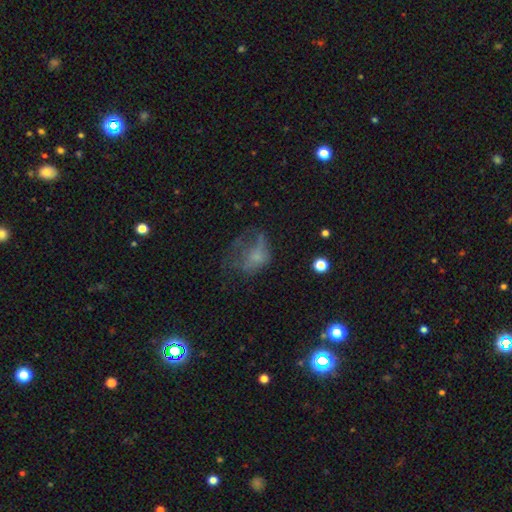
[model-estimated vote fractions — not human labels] Smooth or featured?
  - smooth: 46% *
  - featured or disk: 35%
  - star or artifact: 19%
Merging?
  - major disturbance: 49% *
  - none: 28%
  - minor disturbance: 21%
  - merger: 3%